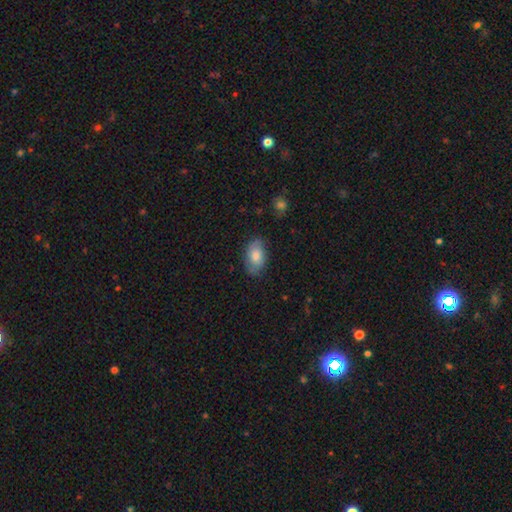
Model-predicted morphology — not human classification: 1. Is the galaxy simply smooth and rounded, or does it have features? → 72% smooth, 20% featured or disk, 7% star or artifact.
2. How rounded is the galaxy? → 91% in between, 7% round, 2% cigar-shaped.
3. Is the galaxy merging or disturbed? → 78% none, 18% minor disturbance, 4% major disturbance, 1% merger.